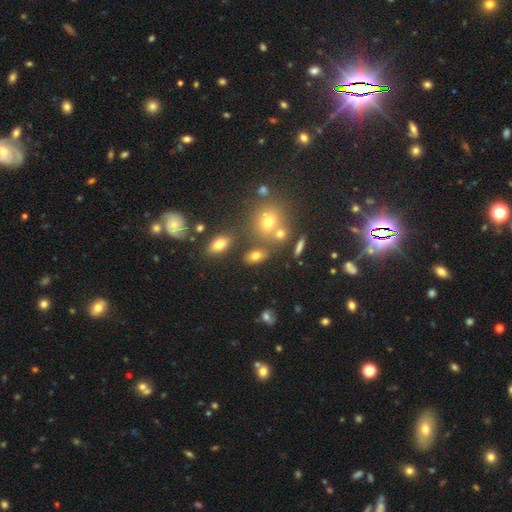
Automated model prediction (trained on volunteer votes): The model was most divided on "smooth or featured": smooth: 71%, star or artifact: 16%, featured or disk: 13%. More confident: how rounded — in between (79%); merging — none (70%).